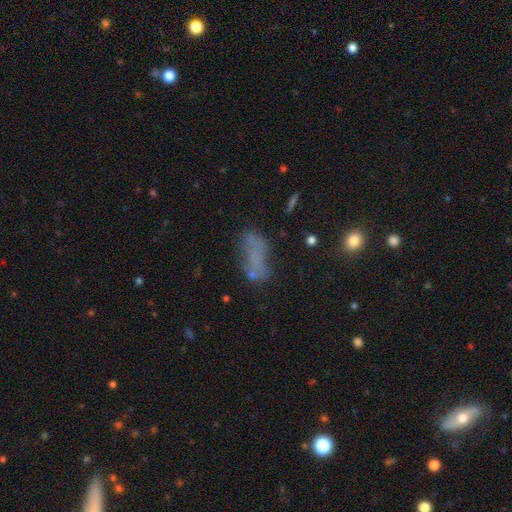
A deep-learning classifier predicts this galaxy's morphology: smooth_or_featured: smooth (p=0.53) [alt: featured or disk p=0.28]
how_rounded: in between (p=0.71) [alt: cigar-shaped p=0.24]
merging: none (p=0.44) [alt: minor disturbance p=0.22]